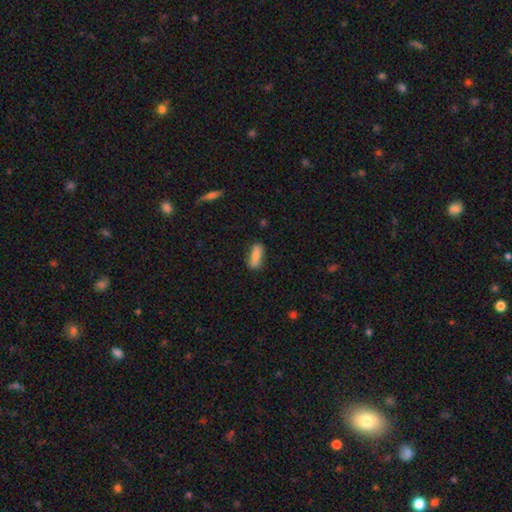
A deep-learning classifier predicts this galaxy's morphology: A smooth galaxy with no disk features (84%) that is in between round and cigar-shaped (66%).

Vote fractions:
- Smooth or featured? smooth: 84% / featured or disk: 9% / star or artifact: 7%
- How rounded? in between: 66% / cigar-shaped: 32% / round: 2%
- Merging? none: 82% / minor disturbance: 13% / major disturbance: 3% / merger: 2%